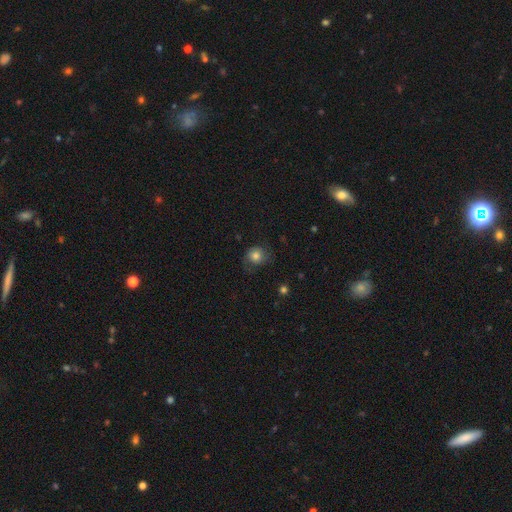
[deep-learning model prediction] A smooth galaxy with no disk features (72%) that is round (81%). Merging: none (61%).